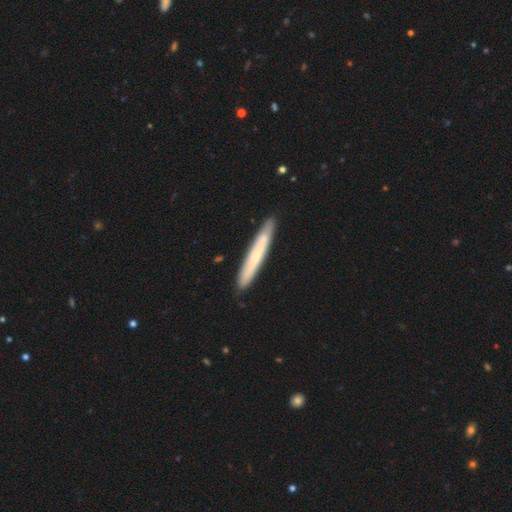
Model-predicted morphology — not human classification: type=smooth (61%); roundness=cigar-shaped (96%); merging=none (88%).